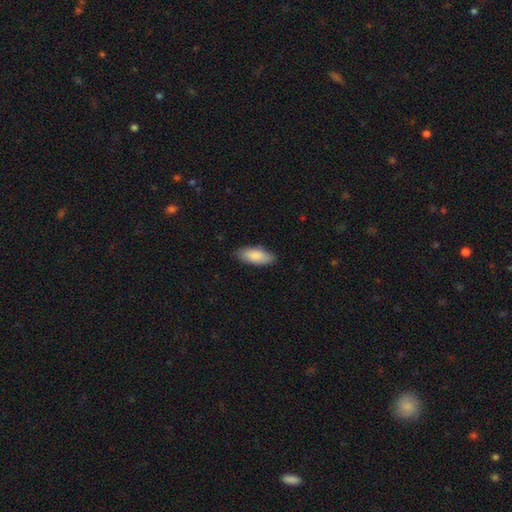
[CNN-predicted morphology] This is clearly a smooth galaxy (87%). How rounded: clearly in between (84%). Merging: clearly none (85%).